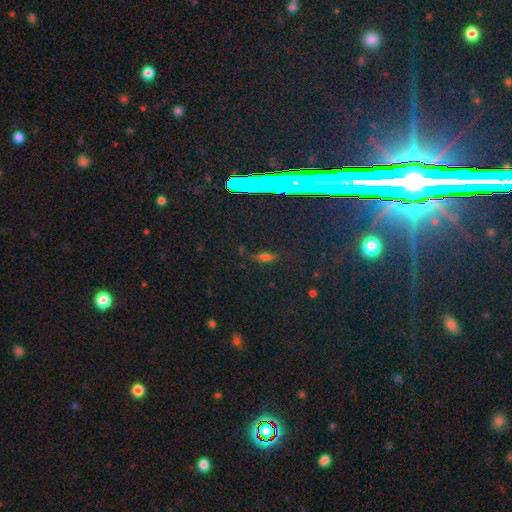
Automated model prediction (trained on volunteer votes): Smooth or featured? Predicted: star or artifact (p=0.74).